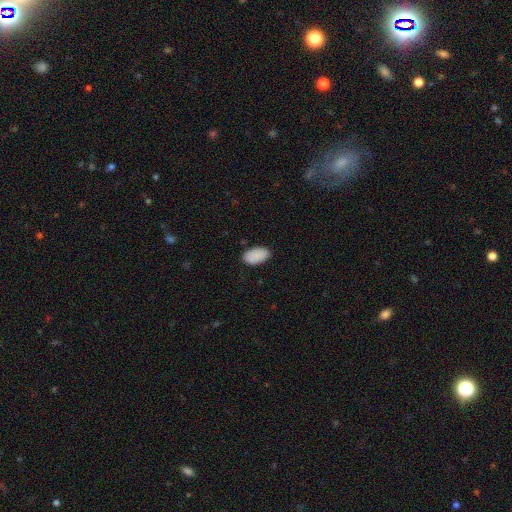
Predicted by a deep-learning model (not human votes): Morphology: type=smooth (89%); roundness=in between (95%); merging=none (84%).